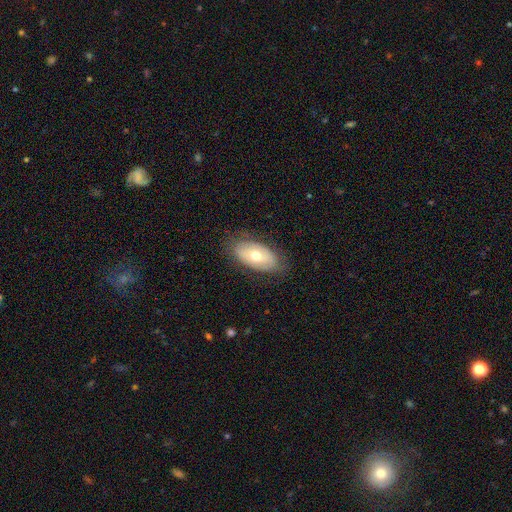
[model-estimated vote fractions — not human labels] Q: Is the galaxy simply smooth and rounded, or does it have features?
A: smooth — 58%.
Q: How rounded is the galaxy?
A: in between — 93%.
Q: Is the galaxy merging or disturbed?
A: none — 78%.